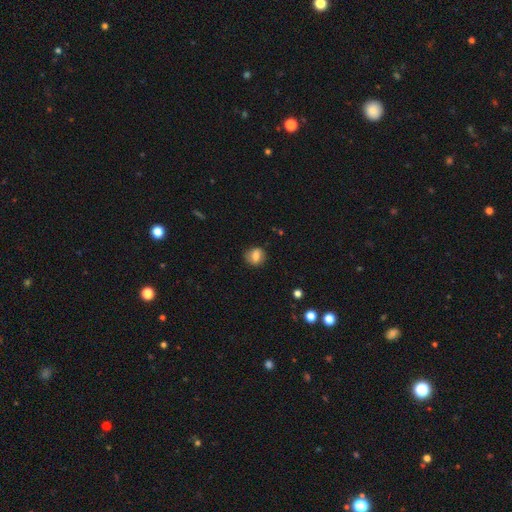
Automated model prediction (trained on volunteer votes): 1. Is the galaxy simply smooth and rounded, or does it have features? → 73% smooth, 18% featured or disk, 10% star or artifact.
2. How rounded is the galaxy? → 67% round, 32% in between, 1% cigar-shaped.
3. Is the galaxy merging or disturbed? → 81% none, 13% minor disturbance, 4% major disturbance, 1% merger.